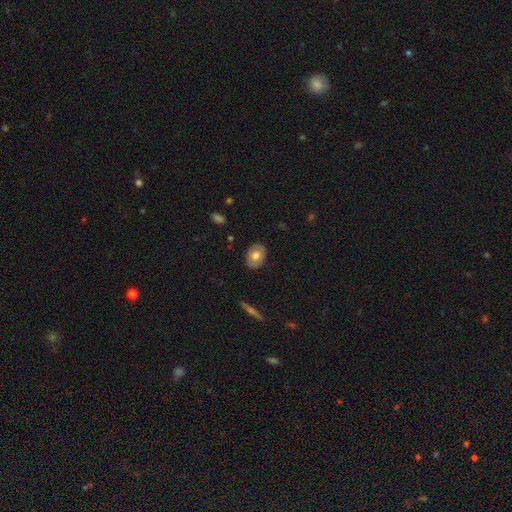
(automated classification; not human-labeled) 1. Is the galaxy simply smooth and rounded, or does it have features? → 62% smooth, 32% featured or disk, 6% star or artifact.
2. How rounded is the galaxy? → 77% in between, 22% round, 1% cigar-shaped.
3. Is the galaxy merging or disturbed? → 86% none, 11% minor disturbance, 2% major disturbance, 1% merger.